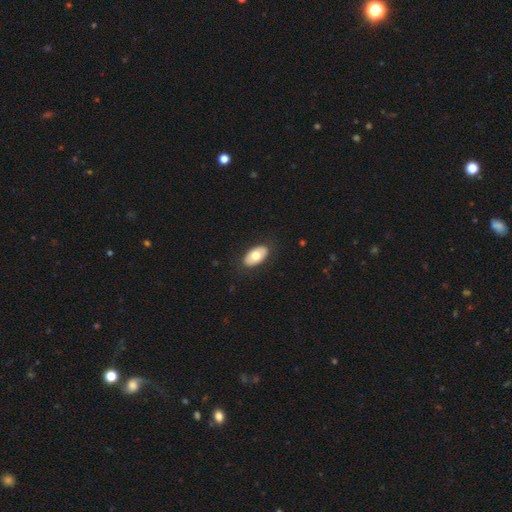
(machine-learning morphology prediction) The model was most divided on "smooth or featured": smooth: 67%, featured or disk: 27%, star or artifact: 6%. More confident: how rounded — in between (94%); merging — none (86%).